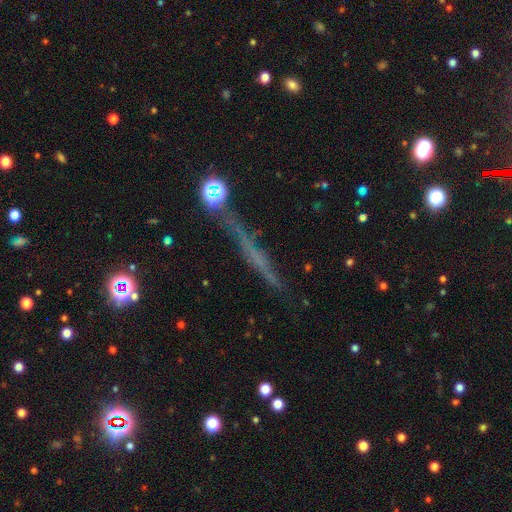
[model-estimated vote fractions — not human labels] smooth_or_featured: featured or disk (p=0.48) [alt: smooth p=0.33]
merging: none (p=0.71) [alt: minor disturbance p=0.17]